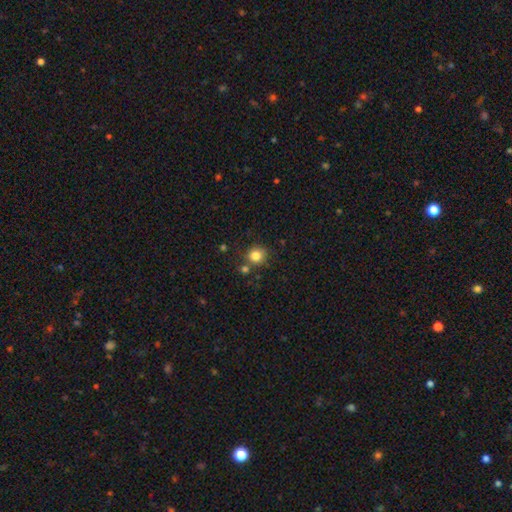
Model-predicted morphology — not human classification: This appears to be a smooth galaxy with no disk features (83%) that is round (87%). Merging: none (74%).